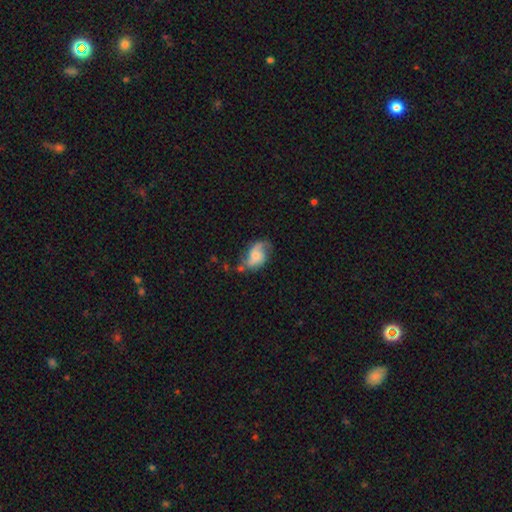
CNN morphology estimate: The model was most divided on "bulge size": small: 34%, moderate: 29%, none: 21%, large: 13%, dominant: 3%. More confident: edge-on disk — no (97%); spiral arms — yes (90%); spiral arm count — 2 (82%); smooth or featured — featured or disk (61%); bar — no (60%); spiral winding — loose (58%); merging — none (51%).